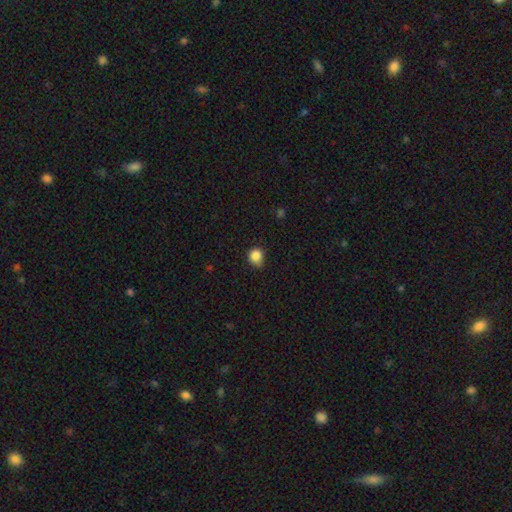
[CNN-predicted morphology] Smooth or featured? smooth (86%)
How rounded? round (82%)
Merging? none (62%)